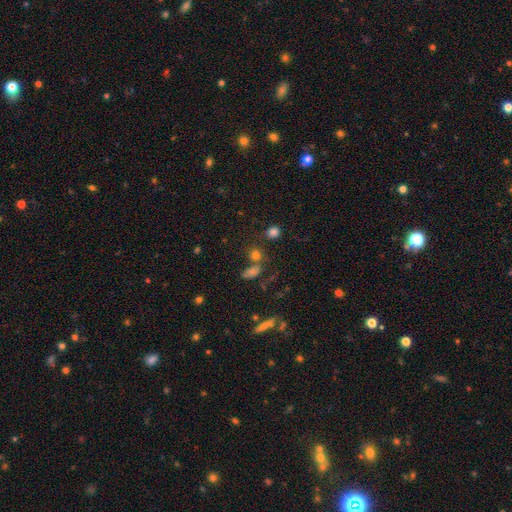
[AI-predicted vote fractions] A smooth galaxy with no disk features (61%) that is round (66%).

Vote fractions:
- Smooth or featured? smooth: 61% / star or artifact: 29% / featured or disk: 11%
- How rounded? round: 66% / in between: 29% / cigar-shaped: 5%
- Merging? none: 59% / merger: 23% / minor disturbance: 11% / major disturbance: 7%